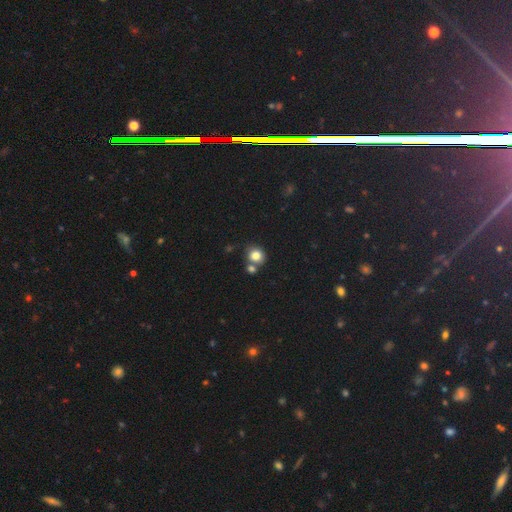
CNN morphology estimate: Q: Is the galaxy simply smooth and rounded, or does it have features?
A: smooth — 82%.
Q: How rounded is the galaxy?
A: round — 79%.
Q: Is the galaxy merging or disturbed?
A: none — 59%.